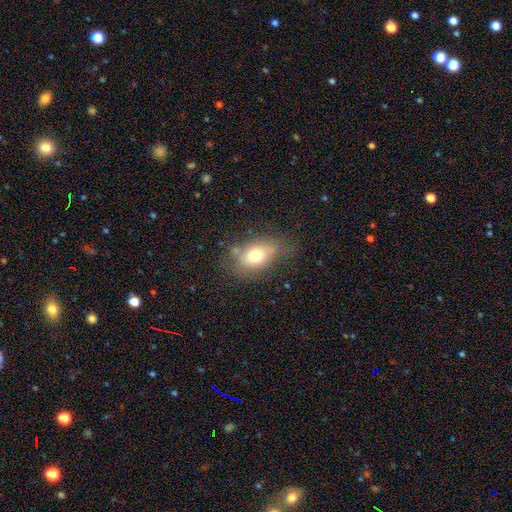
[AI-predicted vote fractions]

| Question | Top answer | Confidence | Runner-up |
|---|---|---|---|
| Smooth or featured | smooth | 69% | featured or disk (20%) |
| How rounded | in between | 80% | round (17%) |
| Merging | none | 60% | minor disturbance (25%) |